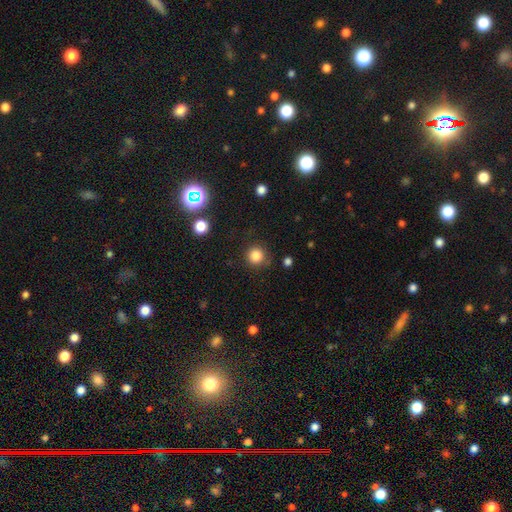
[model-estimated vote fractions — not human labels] Morphology: type=smooth (83%); roundness=round (94%); merging=none (85%).